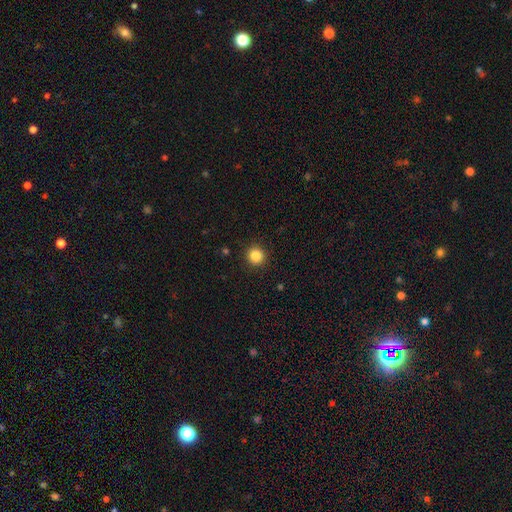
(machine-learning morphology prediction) Smooth or featured: smooth — 85% (star or artifact — 11%)
How rounded: round — 94% (in between — 5%)
Merging: none — 92% (minor disturbance — 5%)